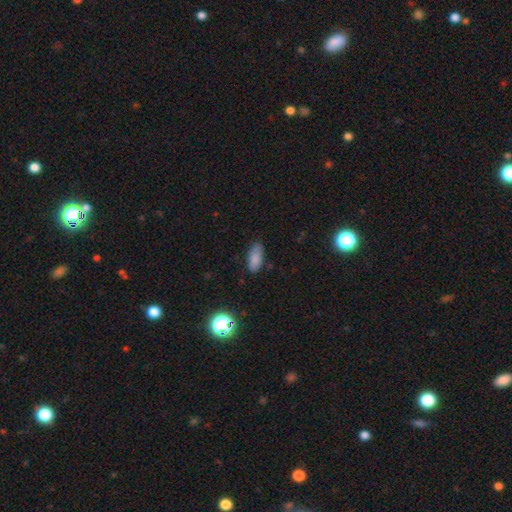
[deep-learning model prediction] smooth-or-featured: smooth: 81% | star or artifact: 12% | featured or disk: 7%
  how-rounded: in between: 84% | cigar-shaped: 12% | round: 4%
  merging: none: 78% | minor disturbance: 17% | major disturbance: 4% | merger: 2%